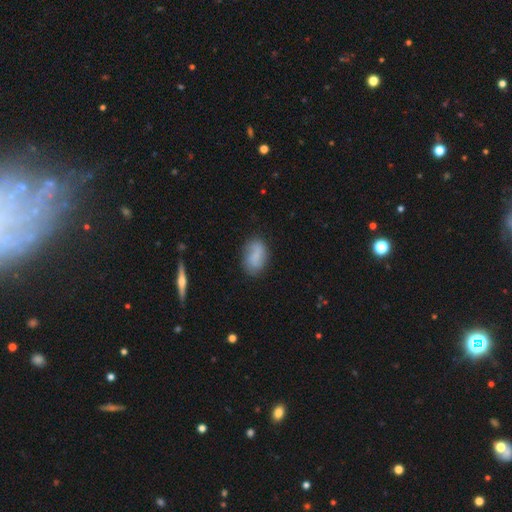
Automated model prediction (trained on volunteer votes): A smooth galaxy with no disk features (68%) that is in between round and cigar-shaped (87%). Merging: none (72%).